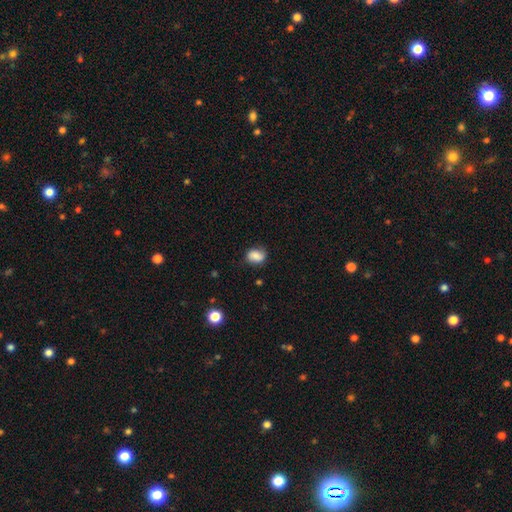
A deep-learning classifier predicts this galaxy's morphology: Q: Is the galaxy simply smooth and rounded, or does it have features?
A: smooth — 80%.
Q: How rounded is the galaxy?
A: in between — 63%.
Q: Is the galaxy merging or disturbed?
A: none — 73%.